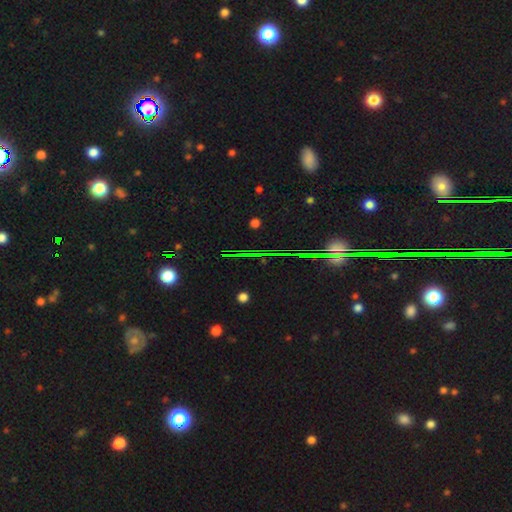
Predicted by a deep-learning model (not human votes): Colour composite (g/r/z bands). It shows a star or artifact, not a galaxy (69%).